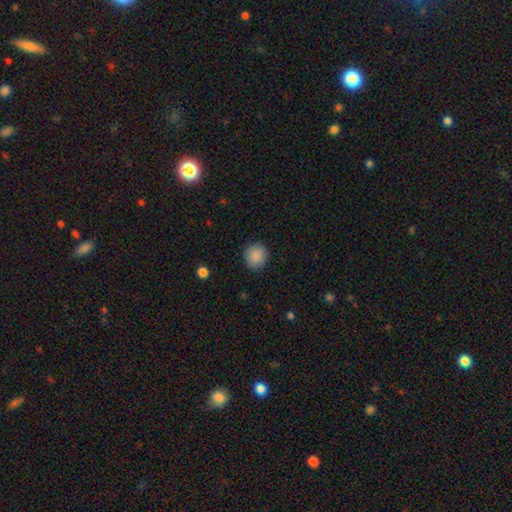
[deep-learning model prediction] The model was most divided on "how rounded": round: 87%, in between: 12%, cigar-shaped: 1%. More confident: merging — none (89%); smooth or featured — smooth (89%).